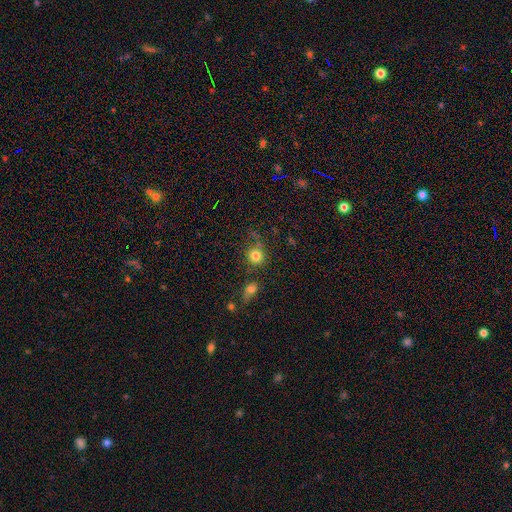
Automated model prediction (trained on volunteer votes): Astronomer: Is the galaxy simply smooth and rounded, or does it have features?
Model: smooth — 80%.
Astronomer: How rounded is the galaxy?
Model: round — 88%.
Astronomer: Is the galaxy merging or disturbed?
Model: none — 65%.